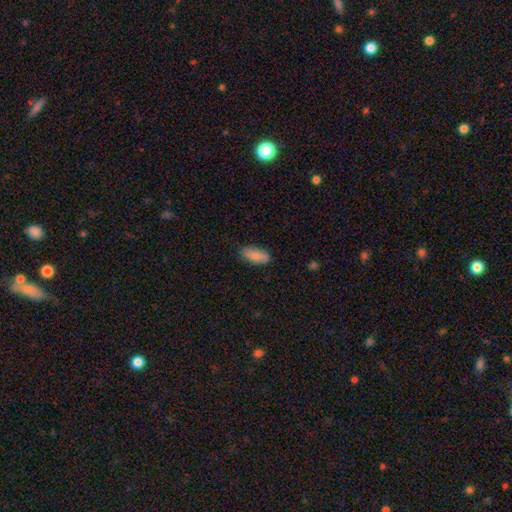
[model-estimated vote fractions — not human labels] smooth-or-featured: smooth: 84% | featured or disk: 10% | star or artifact: 6%
  how-rounded: in between: 87% | cigar-shaped: 11% | round: 2%
  merging: none: 83% | minor disturbance: 13% | major disturbance: 2% | merger: 1%